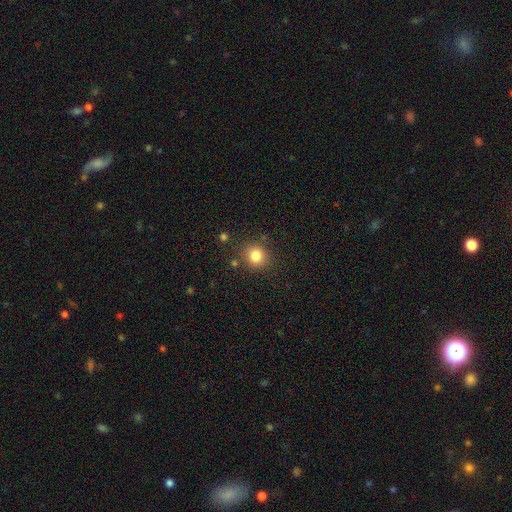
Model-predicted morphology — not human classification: Smooth or featured?
  - smooth: 82% *
  - star or artifact: 12%
  - featured or disk: 6%
How rounded?
  - round: 84% *
  - in between: 15%
  - cigar-shaped: 1%
Merging?
  - none: 83% *
  - minor disturbance: 10%
  - merger: 4%
  - major disturbance: 3%